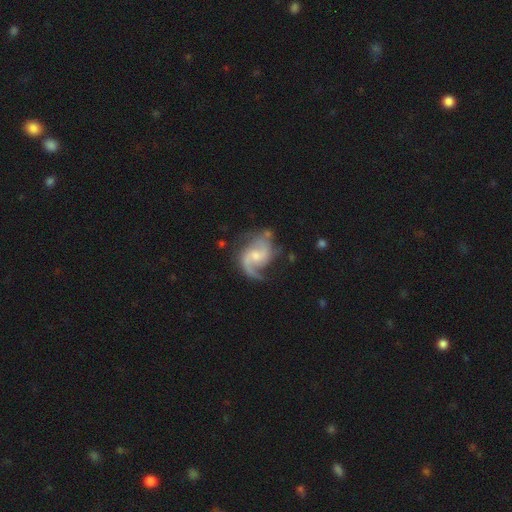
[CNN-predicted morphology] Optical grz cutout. It shows a featured or disk galaxy (88%) with no bar (49%), 2 (80%) medium (48%) spiral arms (97%) and a small central bulge (47%). Merging: none (62%).